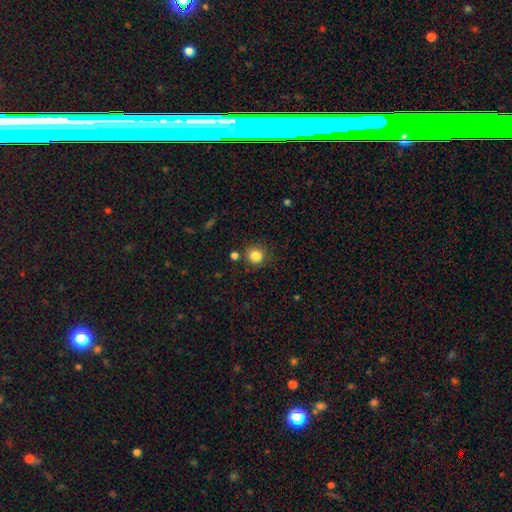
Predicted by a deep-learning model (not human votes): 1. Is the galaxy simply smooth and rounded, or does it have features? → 85% smooth, 11% star or artifact, 5% featured or disk.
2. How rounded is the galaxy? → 92% round, 7% in between, 1% cigar-shaped.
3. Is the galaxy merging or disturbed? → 83% none, 9% minor disturbance, 5% merger, 3% major disturbance.